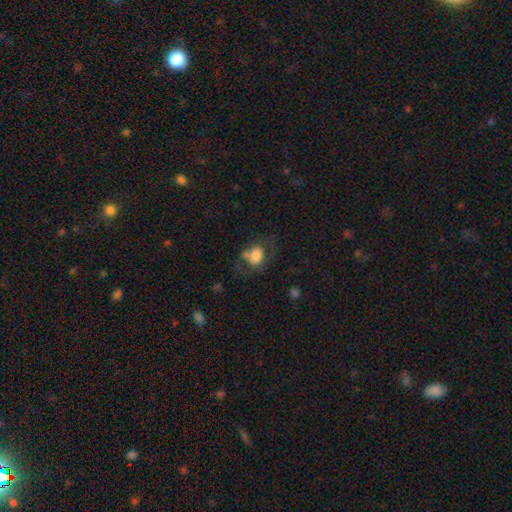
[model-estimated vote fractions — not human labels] Overall: smooth (68%). How rounded: in between (56%; round 43%). Merging: none (40%; major disturbance 29%).